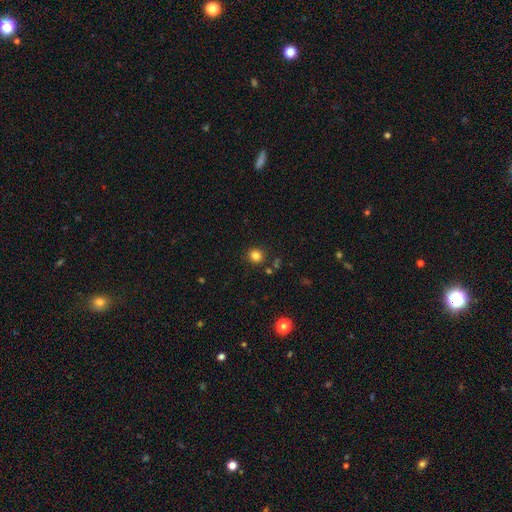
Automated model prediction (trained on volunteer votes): Overall: smooth (82%). How rounded: round (88%). Merging: none (88%).